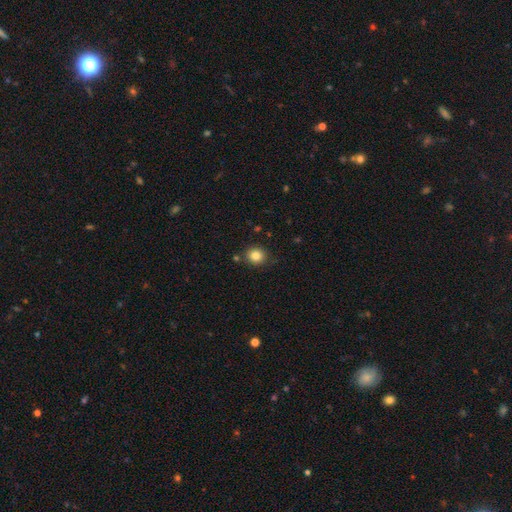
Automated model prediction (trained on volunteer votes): Smooth or featured? Predicted: smooth (p=0.83). How rounded? Predicted: round (p=0.85). Merging? Predicted: none (p=0.84).